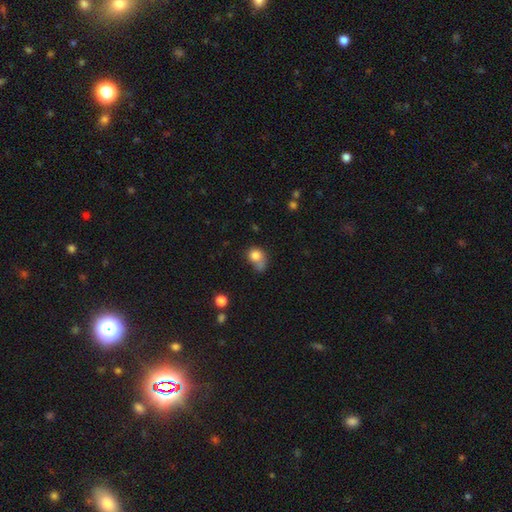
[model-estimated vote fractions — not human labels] This is likely a smooth galaxy (79%). How rounded: likely round (67%). Merging: marginally none (36%).